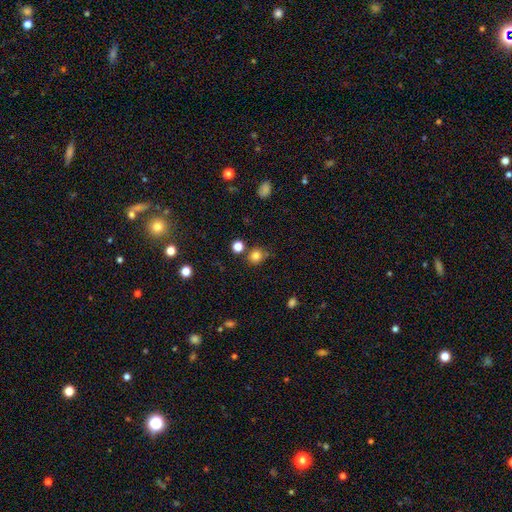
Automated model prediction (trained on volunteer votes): Smooth or featured?
  - smooth: 81% *
  - star or artifact: 14%
  - featured or disk: 6%
How rounded?
  - round: 85% *
  - in between: 14%
  - cigar-shaped: 1%
Merging?
  - none: 75% *
  - minor disturbance: 13%
  - merger: 9%
  - major disturbance: 4%